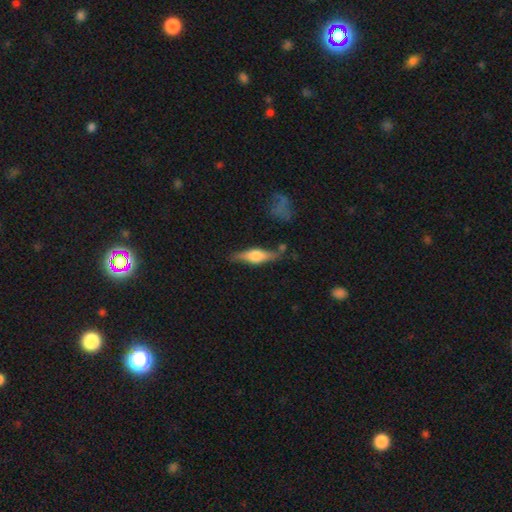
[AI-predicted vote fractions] Overall: featured or disk (58%; smooth 36%). Edge-on disk: yes (91%). Edge-on bulge: rounded (89%). Merging: none (73%).